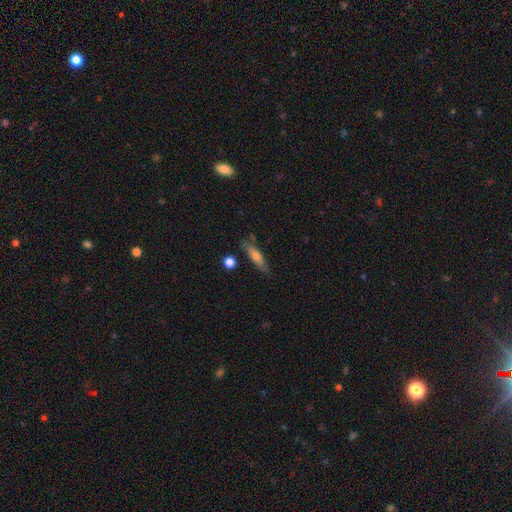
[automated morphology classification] This appears to be a smooth galaxy with no disk features (59%) that is cigar-shaped (68%). Merging: none (76%).